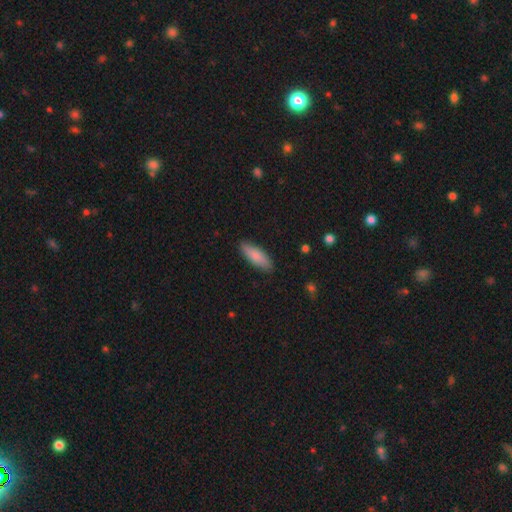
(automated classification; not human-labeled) This appears to be a smooth galaxy with no disk features (85%) that is in between round and cigar-shaped (60%). Merging: none (87%).